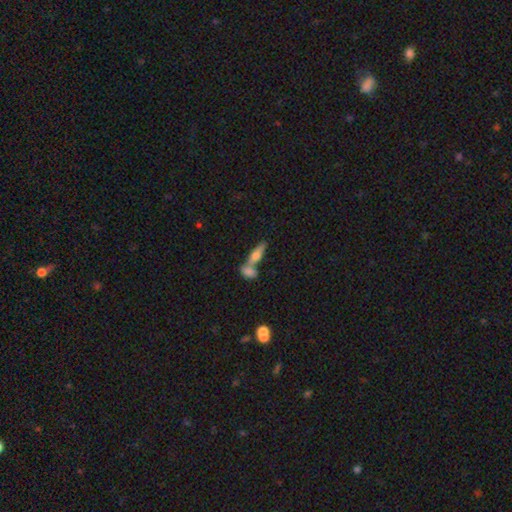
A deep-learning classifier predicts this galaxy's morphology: This appears to be a smooth galaxy with no disk features (59%) that is cigar-shaped (50%). Merging: merger (49%).